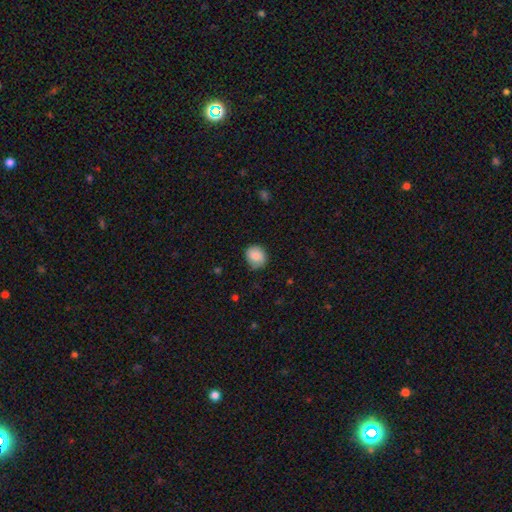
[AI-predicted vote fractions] Smooth or featured: smooth — 82% (featured or disk — 10%)
How rounded: round — 75% (in between — 24%)
Merging: none — 72% (minor disturbance — 21%)